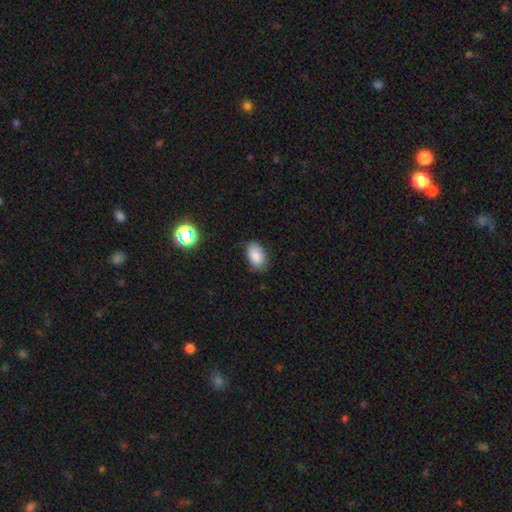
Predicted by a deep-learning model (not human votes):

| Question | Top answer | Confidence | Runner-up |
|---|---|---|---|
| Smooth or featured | smooth | 86% | star or artifact (9%) |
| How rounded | in between | 92% | round (7%) |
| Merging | none | 79% | minor disturbance (17%) |